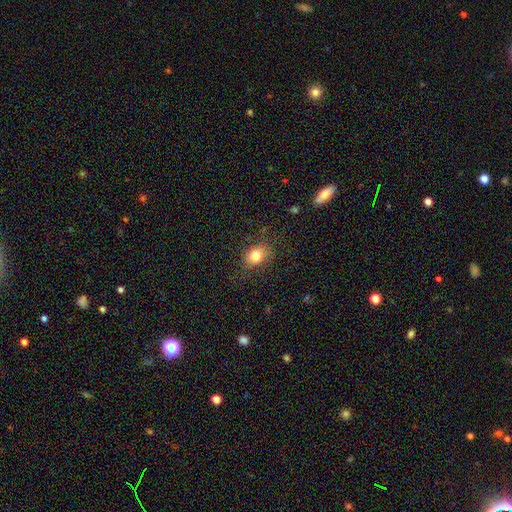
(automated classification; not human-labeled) Smooth or featured? Predicted: smooth (p=0.80). How rounded? Predicted: in between (p=0.58). Merging? Predicted: none (p=0.76).